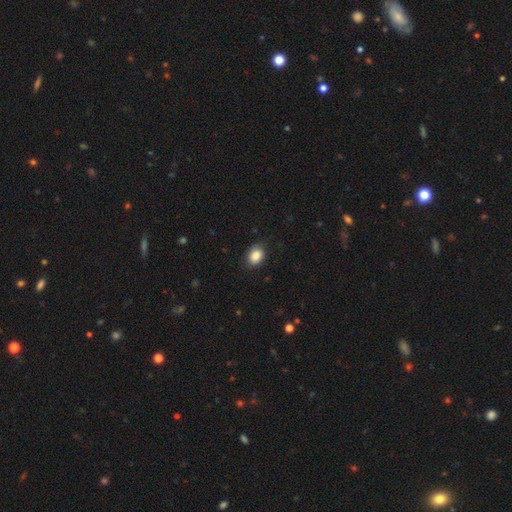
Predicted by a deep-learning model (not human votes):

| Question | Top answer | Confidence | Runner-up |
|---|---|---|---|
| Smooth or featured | smooth | 87% | star or artifact (8%) |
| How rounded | in between | 77% | round (22%) |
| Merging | none | 80% | minor disturbance (15%) |